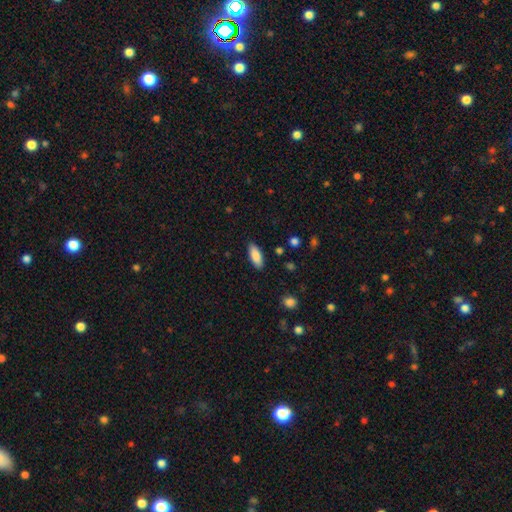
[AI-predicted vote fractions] Q: Smooth or featured?
A: smooth (87%); runner-up: featured or disk (7%)
Q: How rounded?
A: in between (76%); runner-up: cigar-shaped (23%)
Q: Merging?
A: none (88%); runner-up: minor disturbance (9%)